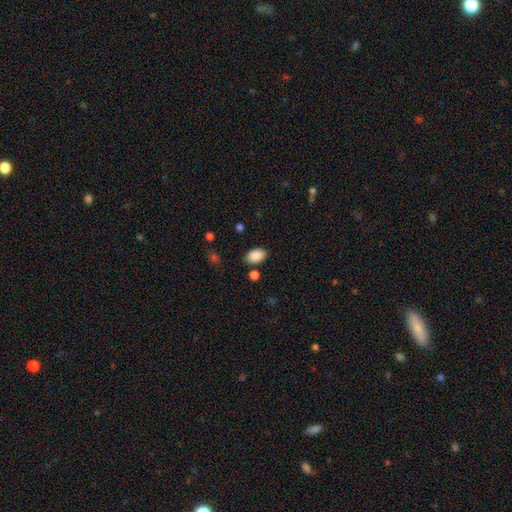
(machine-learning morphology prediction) The model was most divided on "merging": none: 82%, minor disturbance: 11%, merger: 4%, major disturbance: 3%. More confident: how rounded — in between (92%); smooth or featured — smooth (89%).